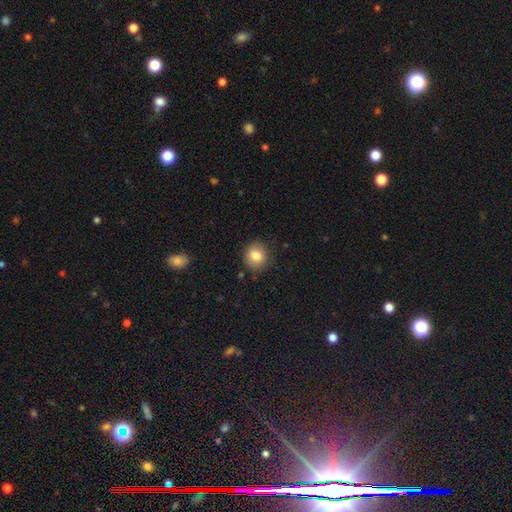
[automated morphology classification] type=smooth (82%); roundness=round (81%); merging=none (84%).